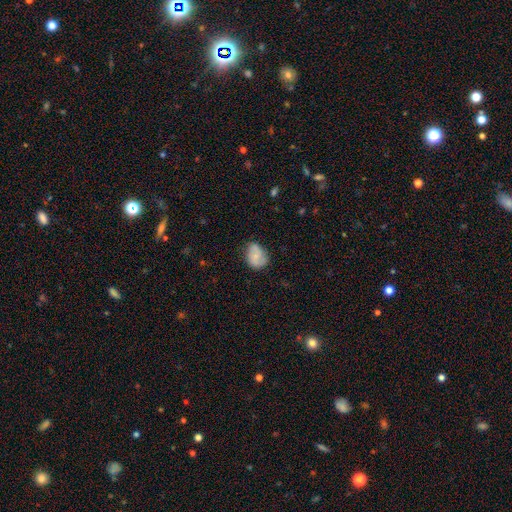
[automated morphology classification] Smooth or featured? Predicted: smooth (p=0.60). How rounded? Predicted: in between (p=0.64). Merging? Predicted: none (p=0.58).